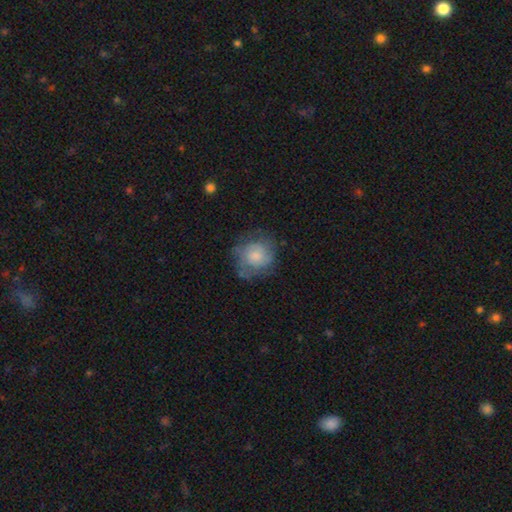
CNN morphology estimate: type=smooth (52%); roundness=round (82%); merging=none (60%).